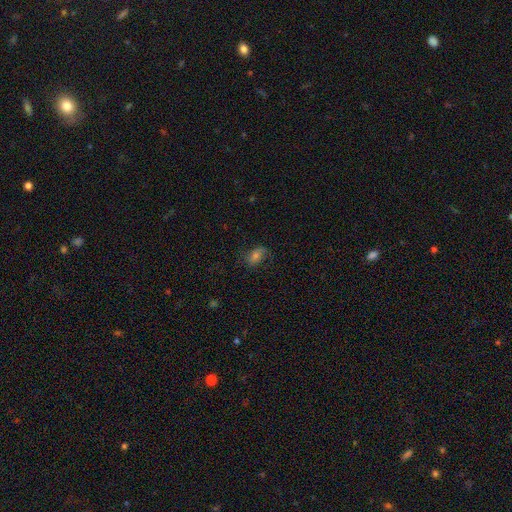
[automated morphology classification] Smooth or featured?
  - smooth: 58% *
  - featured or disk: 26%
  - star or artifact: 16%
How rounded?
  - in between: 80% *
  - round: 17%
  - cigar-shaped: 3%
Merging?
  - none: 72% *
  - minor disturbance: 19%
  - major disturbance: 8%
  - merger: 1%